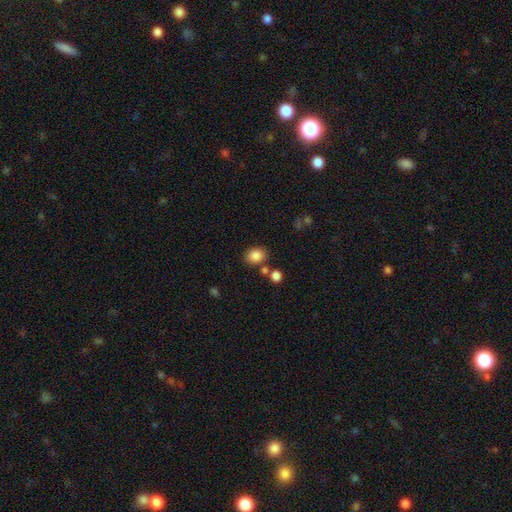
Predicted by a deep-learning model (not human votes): The model was most divided on "how rounded": in between: 51%, round: 48%, cigar-shaped: 1%. More confident: smooth or featured — smooth (85%); merging — none (74%).